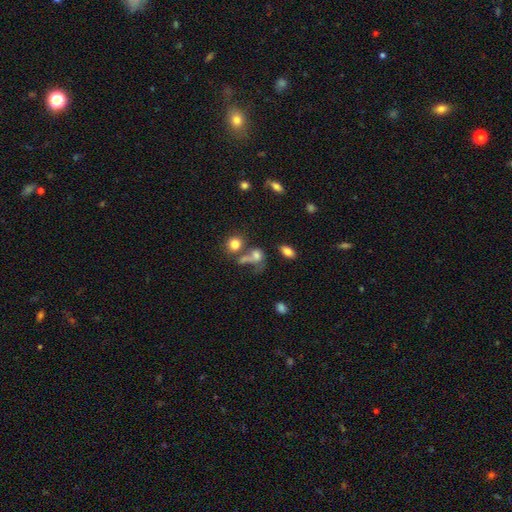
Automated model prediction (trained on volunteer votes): Overall: smooth (66%). How rounded: round (52%; in between 44%). Merging: merger (33%, tied with none).